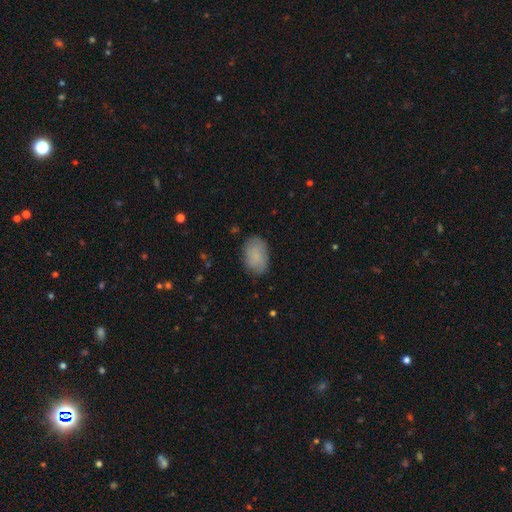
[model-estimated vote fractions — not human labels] Smooth or featured? smooth (81%)
How rounded? in between (89%)
Merging? none (79%)